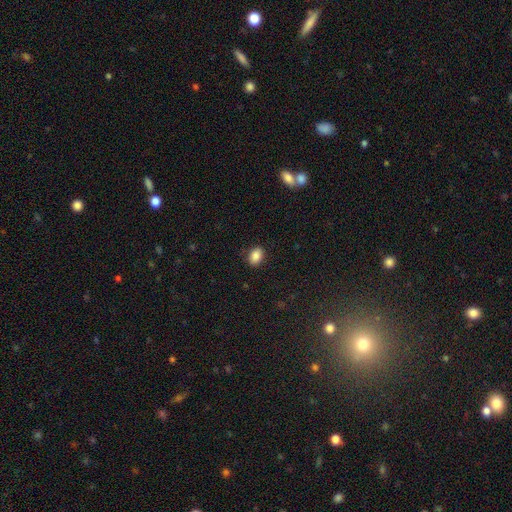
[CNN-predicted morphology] A smooth galaxy with no disk features (87%) that is in between round and cigar-shaped (78%).

Vote fractions:
- Smooth or featured? smooth: 87% / star or artifact: 9% / featured or disk: 4%
- How rounded? in between: 78% / round: 21% / cigar-shaped: 1%
- Merging? none: 86% / minor disturbance: 10% / major disturbance: 3% / merger: 1%